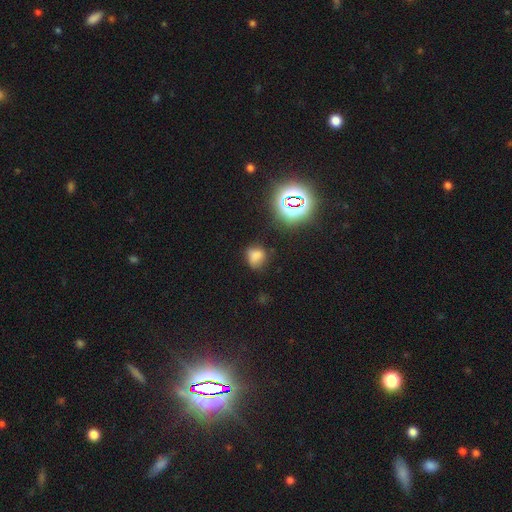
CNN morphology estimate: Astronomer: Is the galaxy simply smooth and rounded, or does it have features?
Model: smooth — 71%.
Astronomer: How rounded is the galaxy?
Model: round — 58% (runner-up: in between, 41%).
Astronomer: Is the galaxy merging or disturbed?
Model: none — 63%.